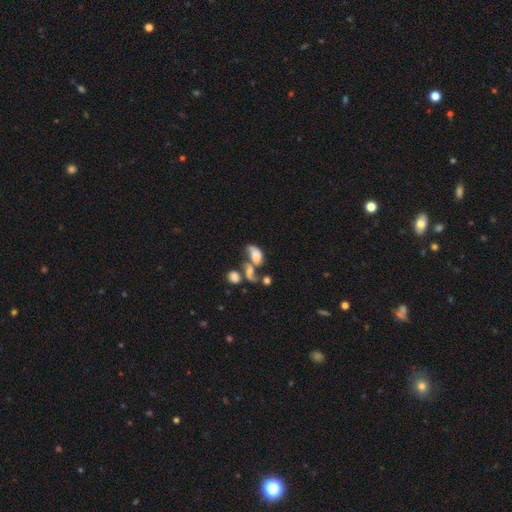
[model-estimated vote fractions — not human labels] Smooth or featured?
  - smooth: 53% *
  - featured or disk: 34%
  - star or artifact: 12%
How rounded?
  - in between: 87% *
  - round: 9%
  - cigar-shaped: 4%
Merging?
  - merger: 52% *
  - major disturbance: 22%
  - none: 16%
  - minor disturbance: 11%